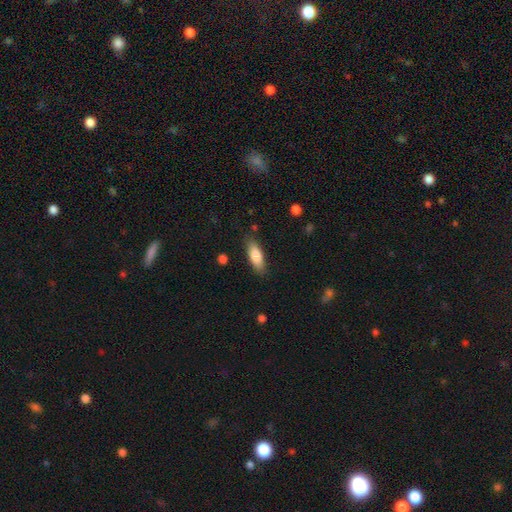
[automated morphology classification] Smooth or featured?
  - smooth: 81% *
  - featured or disk: 13%
  - star or artifact: 6%
How rounded?
  - in between: 66% *
  - cigar-shaped: 32%
  - round: 2%
Merging?
  - none: 84% *
  - minor disturbance: 12%
  - major disturbance: 2%
  - merger: 1%